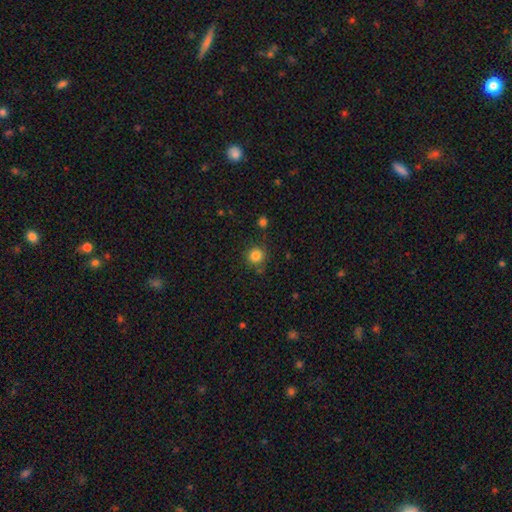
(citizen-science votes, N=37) smooth-or-featured: smooth: 92% | star or artifact: 5% | featured or disk: 3%
  how-rounded: round: 97% | cigar-shaped: 3% | in between: 0%
  merging: none: 71% | minor disturbance: 20% | major disturbance: 9% | merger: 0%